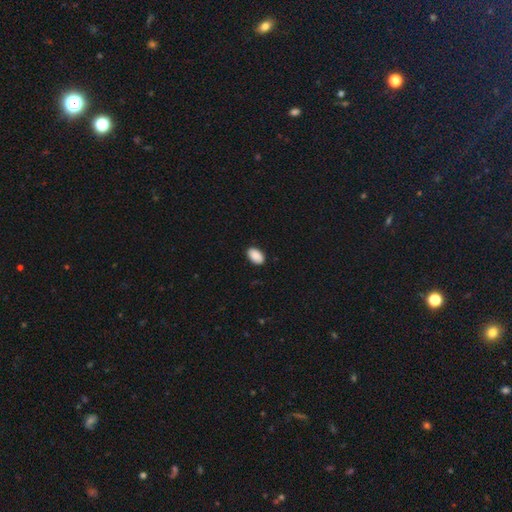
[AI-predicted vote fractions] smooth_or_featured: smooth (p=0.90) [alt: star or artifact p=0.07]
how_rounded: in between (p=0.93) [alt: round p=0.06]
merging: none (p=0.88) [alt: minor disturbance p=0.09]